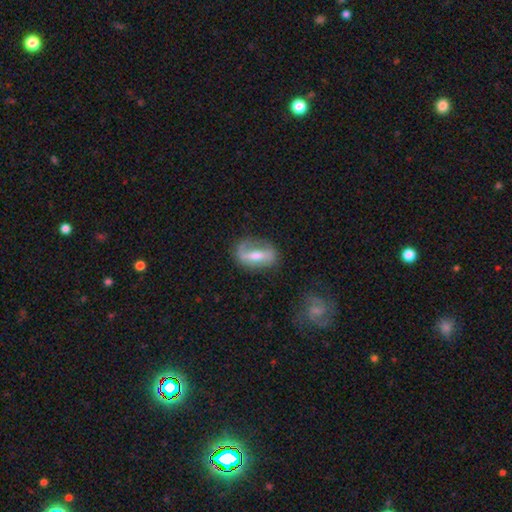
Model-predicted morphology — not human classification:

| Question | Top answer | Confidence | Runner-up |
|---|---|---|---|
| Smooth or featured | featured or disk | 59% | smooth (34%) |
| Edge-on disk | no | 85% | yes (15%) |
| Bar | strong | 52% | weak (32%) |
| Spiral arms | yes | 68% | no (32%) |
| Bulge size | moderate | 55% | small (32%) |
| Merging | none | 63% | minor disturbance (23%) |